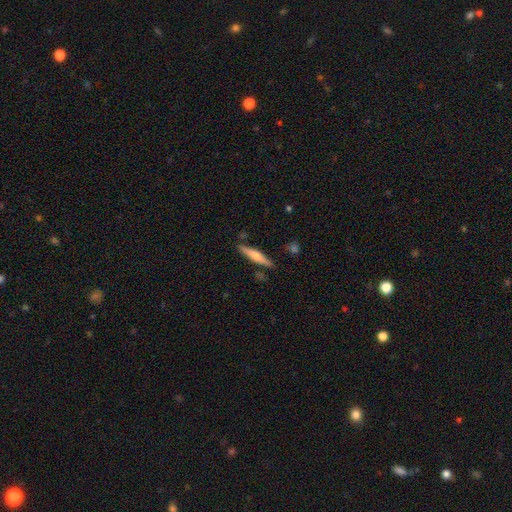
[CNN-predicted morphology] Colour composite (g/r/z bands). It shows a smooth galaxy with no disk features (48%). Merging: none (85%).